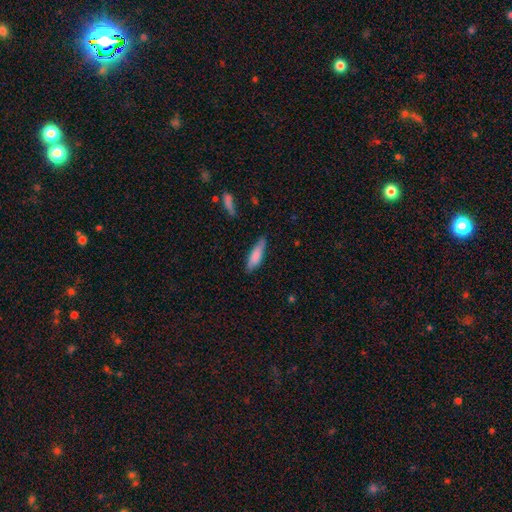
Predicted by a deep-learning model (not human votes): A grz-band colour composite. It shows a smooth galaxy with no disk features (79%) that is cigar-shaped (60%). Merging: none (77%).